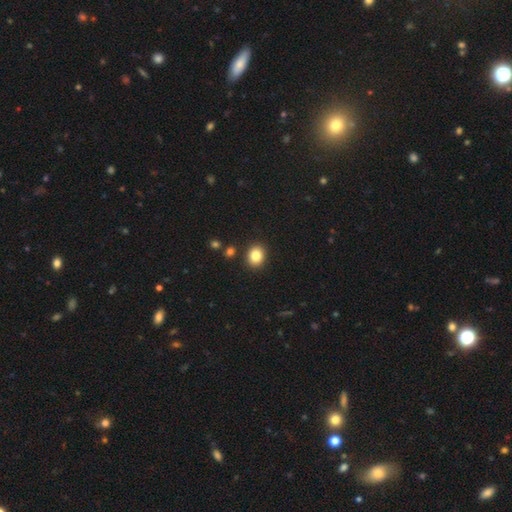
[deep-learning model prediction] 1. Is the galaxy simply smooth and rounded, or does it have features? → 85% smooth, 10% star or artifact, 6% featured or disk.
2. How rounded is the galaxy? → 63% round, 36% in between, 1% cigar-shaped.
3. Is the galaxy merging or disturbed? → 89% none, 6% minor disturbance, 3% merger, 2% major disturbance.